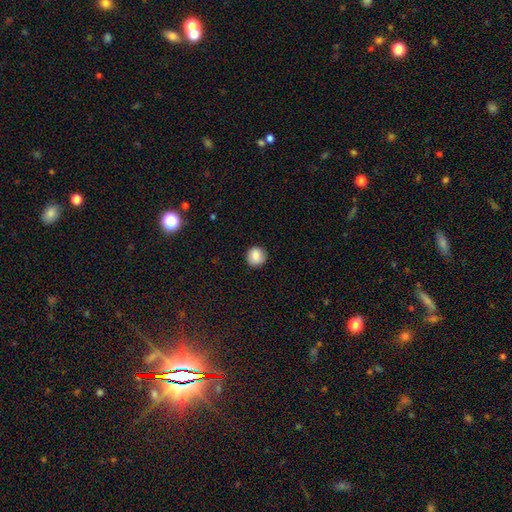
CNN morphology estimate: Q: Smooth or featured?
A: smooth (86%); runner-up: star or artifact (8%)
Q: How rounded?
A: round (94%); runner-up: in between (5%)
Q: Merging?
A: none (91%); runner-up: minor disturbance (7%)